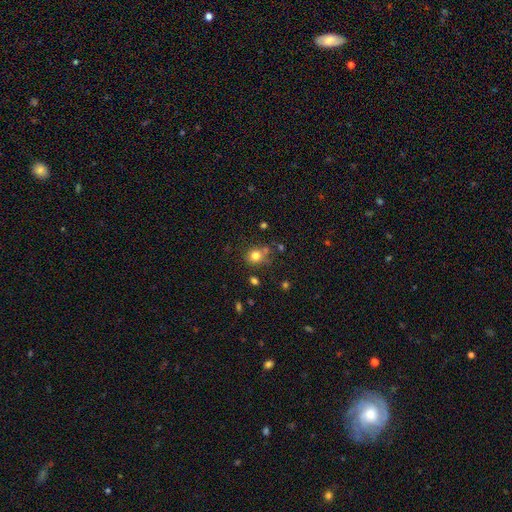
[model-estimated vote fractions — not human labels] smooth-or-featured: smooth: 78% | star or artifact: 13% | featured or disk: 8%
  how-rounded: round: 78% | in between: 21% | cigar-shaped: 1%
  merging: none: 65% | minor disturbance: 16% | merger: 12% | major disturbance: 6%